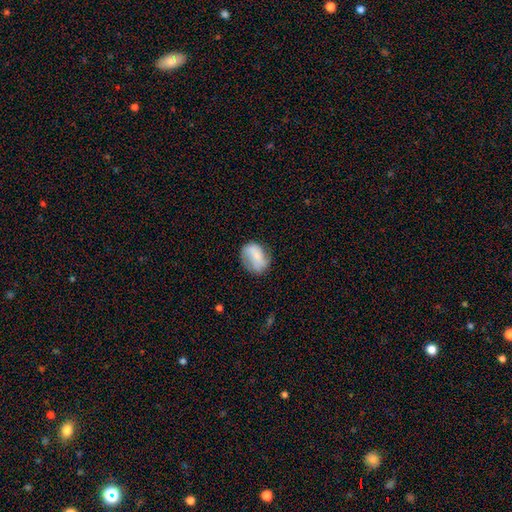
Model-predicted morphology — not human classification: Smooth or featured? smooth (60%)
How rounded? in between (56%)
Merging? none (59%)